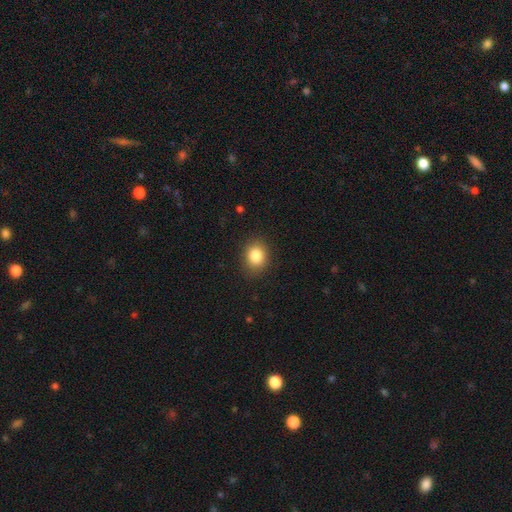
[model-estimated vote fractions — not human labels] Q: Smooth or featured?
A: smooth (85%); runner-up: star or artifact (10%)
Q: How rounded?
A: round (59%); runner-up: in between (40%)
Q: Merging?
A: none (86%); runner-up: minor disturbance (10%)